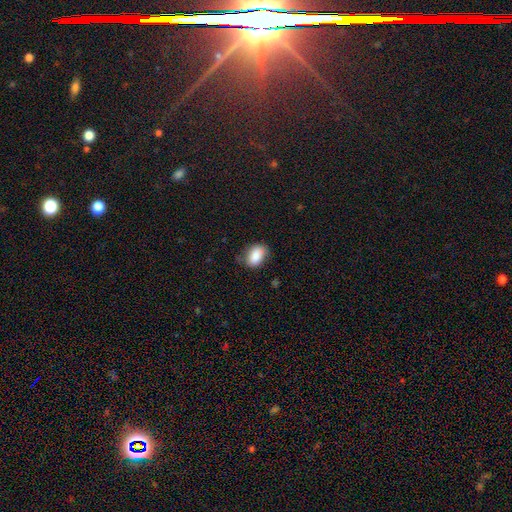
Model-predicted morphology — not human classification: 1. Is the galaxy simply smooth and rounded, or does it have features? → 86% smooth, 8% star or artifact, 7% featured or disk.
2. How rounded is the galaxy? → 84% in between, 14% round, 1% cigar-shaped.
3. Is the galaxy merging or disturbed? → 71% none, 22% minor disturbance, 5% major disturbance, 2% merger.